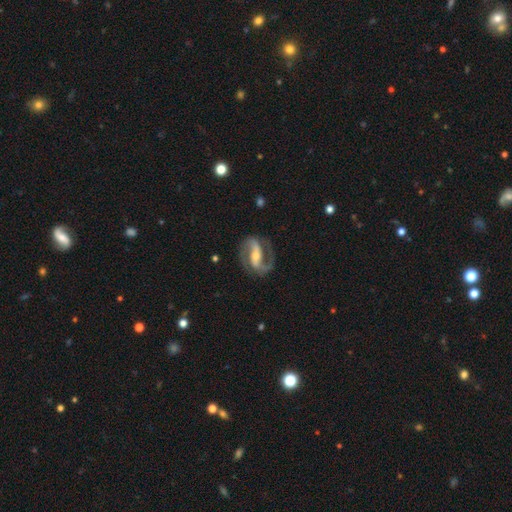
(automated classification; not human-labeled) Overall: featured or disk (89%). Edge-on disk: no (96%). Bar: strong (60%; weak 25%). Spiral arms: yes (95%). Spiral arm count: 2 (90%). Spiral winding: medium (54%; loose 23%). Bulge size: moderate (54%; small 40%). Merging: none (79%).